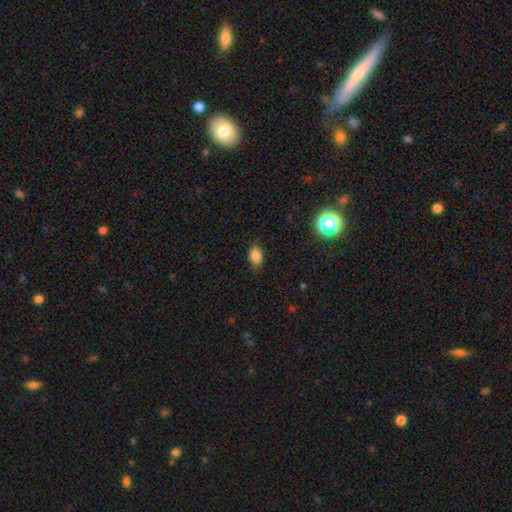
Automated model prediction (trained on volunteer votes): This appears to be a smooth galaxy with no disk features (84%) that is in between round and cigar-shaped (85%). Merging: none (82%).